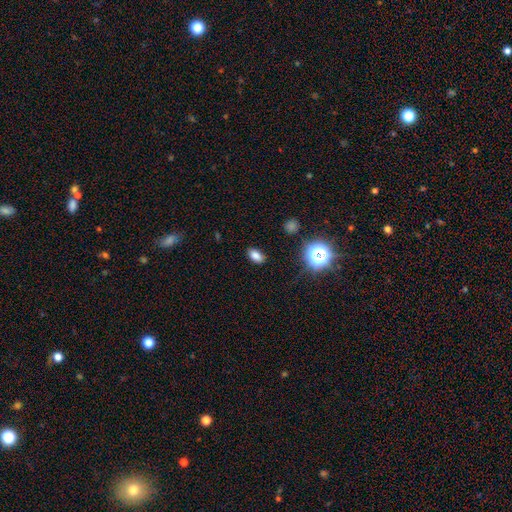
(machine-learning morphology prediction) The model was most divided on "smooth or featured": smooth: 79%, star or artifact: 15%, featured or disk: 6%. More confident: how rounded — in between (87%); merging — none (86%).